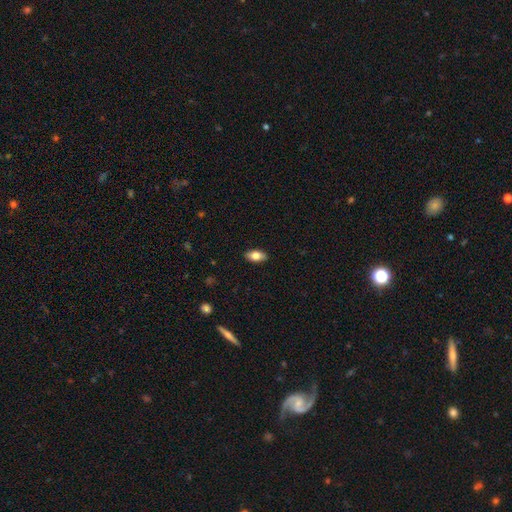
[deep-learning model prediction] Smooth or featured? smooth (79%)
How rounded? in between (90%)
Merging? none (89%)